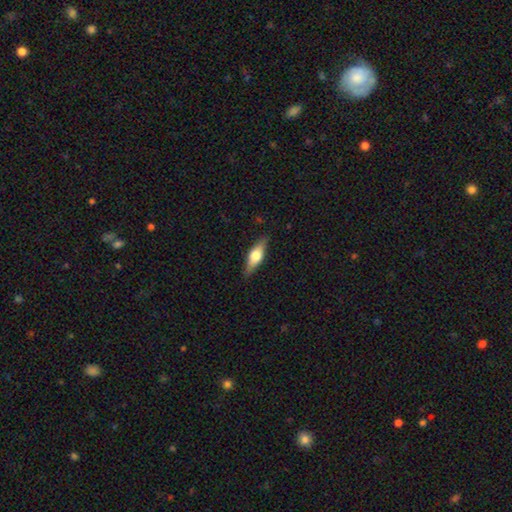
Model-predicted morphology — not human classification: Smooth or featured? smooth (49%)
Merging? none (87%)